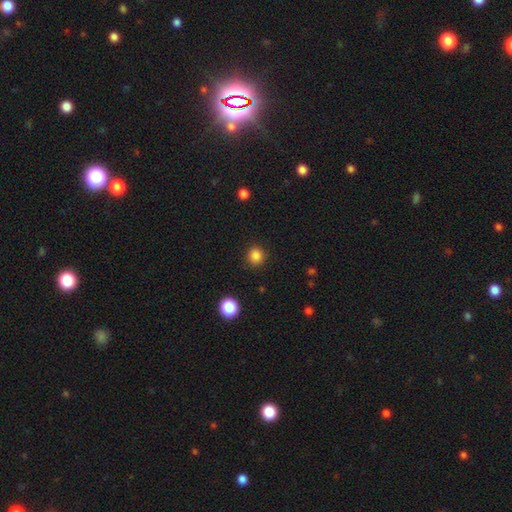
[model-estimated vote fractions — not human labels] Overall: smooth (85%). How rounded: round (90%). Merging: none (90%).